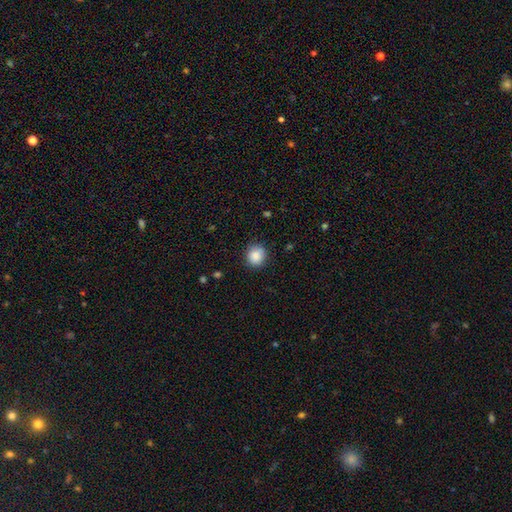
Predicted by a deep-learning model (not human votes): Smooth or featured?
  - smooth: 87% *
  - star or artifact: 9%
  - featured or disk: 4%
How rounded?
  - round: 86% *
  - in between: 14%
  - cigar-shaped: 1%
Merging?
  - none: 86% *
  - minor disturbance: 11%
  - major disturbance: 3%
  - merger: 1%